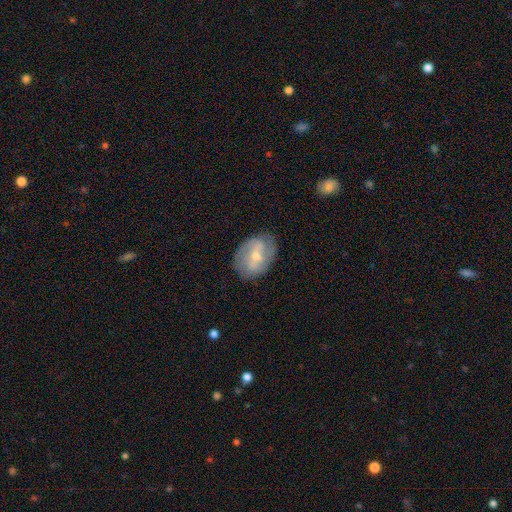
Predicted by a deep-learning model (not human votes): This appears to be a featured or disk galaxy (61%) with a weak bar (47%), spiral arms (74%) and a moderate central bulge (48%). Merging: none (75%).